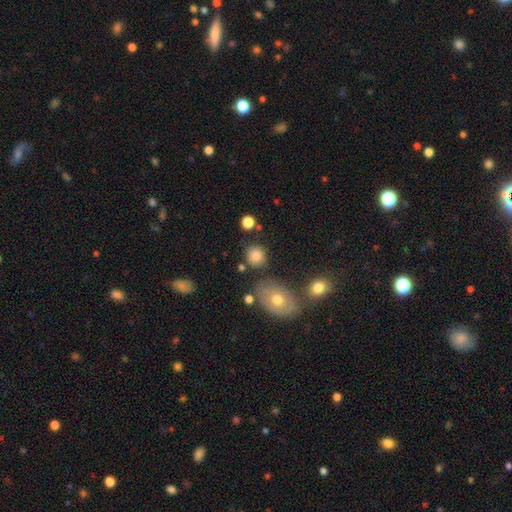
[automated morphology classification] Q: Smooth or featured?
A: smooth (82%); runner-up: star or artifact (10%)
Q: How rounded?
A: round (80%); runner-up: in between (19%)
Q: Merging?
A: none (76%); runner-up: minor disturbance (13%)